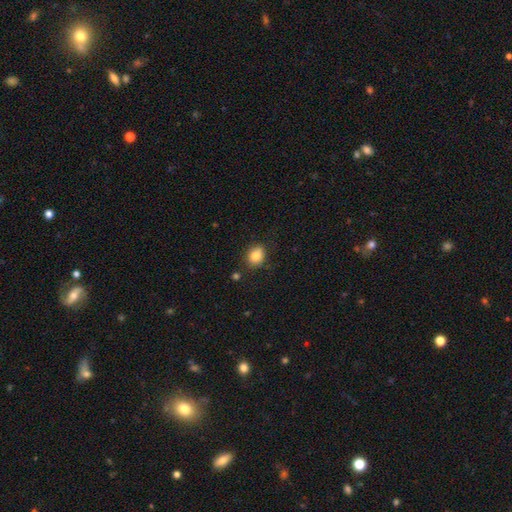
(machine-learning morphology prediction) smooth-or-featured: smooth: 85% | star or artifact: 9% | featured or disk: 6%
  how-rounded: in between: 50% | round: 49% | cigar-shaped: 1%
  merging: none: 78% | minor disturbance: 15% | major disturbance: 4% | merger: 3%